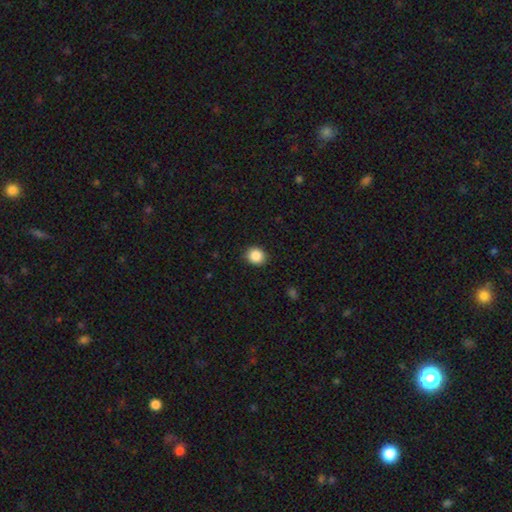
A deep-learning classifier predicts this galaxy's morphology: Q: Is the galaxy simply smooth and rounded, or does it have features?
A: smooth — 88%.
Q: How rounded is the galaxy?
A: round — 78%.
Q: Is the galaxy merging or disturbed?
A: none — 90%.